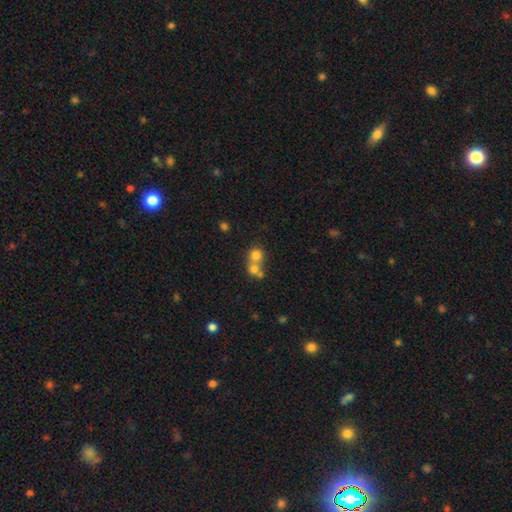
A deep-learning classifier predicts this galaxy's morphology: The model was most divided on "merging": merger: 60%, none: 33%, minor disturbance: 5%, major disturbance: 3%. More confident: how rounded — round (84%); smooth or featured — smooth (73%).